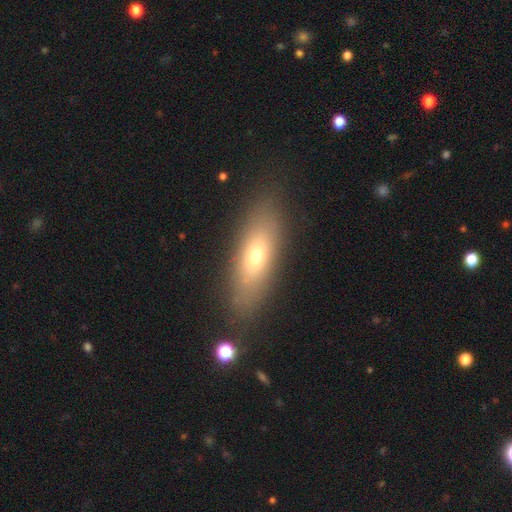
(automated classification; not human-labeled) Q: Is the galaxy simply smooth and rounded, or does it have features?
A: smooth — 60%.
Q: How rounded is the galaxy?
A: in between — 52%.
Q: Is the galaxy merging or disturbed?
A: none — 84%.